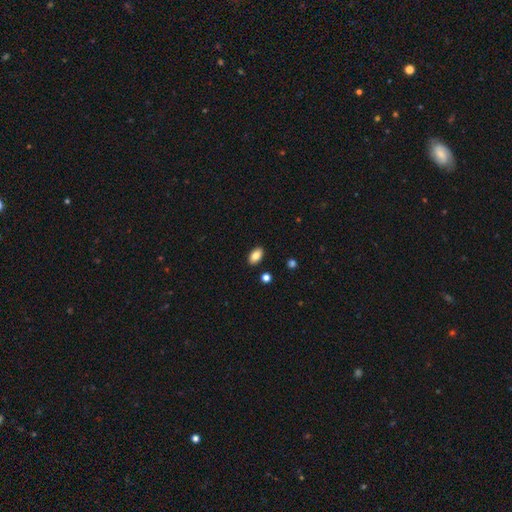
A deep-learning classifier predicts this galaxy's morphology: Smooth or featured? smooth (83%)
How rounded? in between (92%)
Merging? none (88%)